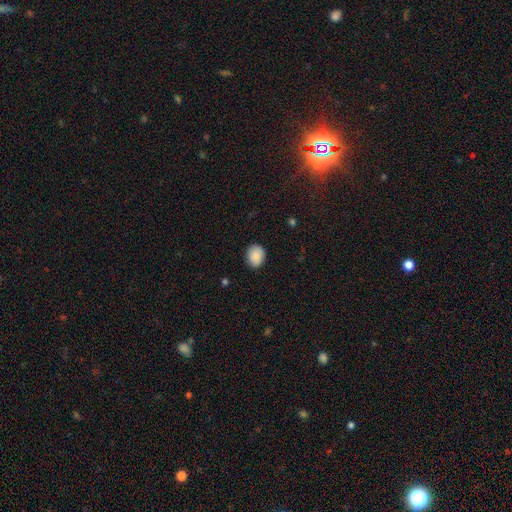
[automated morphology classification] smooth-or-featured: smooth: 88% | star or artifact: 7% | featured or disk: 5%
  how-rounded: round: 51% | in between: 48% | cigar-shaped: 1%
  merging: none: 86% | minor disturbance: 11% | major disturbance: 2% | merger: 1%